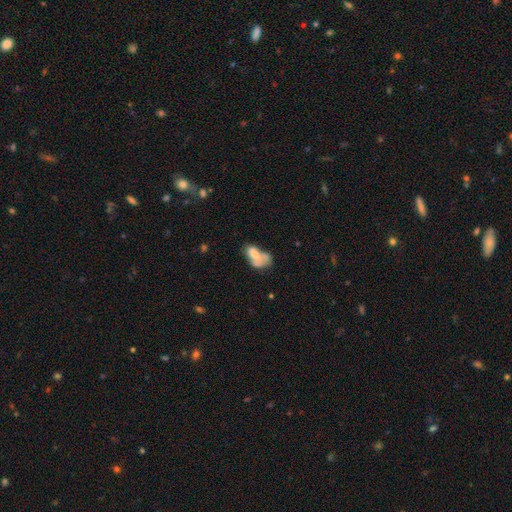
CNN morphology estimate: This is possibly a smooth galaxy (59%). How rounded: clearly in between (89%). Merging: marginally merger (38%).